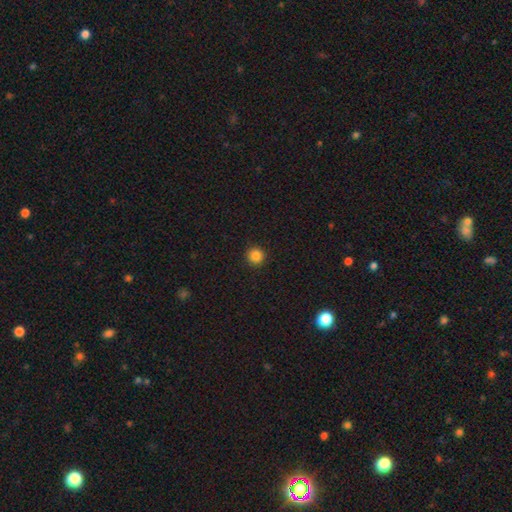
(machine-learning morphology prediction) This is clearly a smooth galaxy (85%). How rounded: clearly round (96%). Merging: clearly none (93%).